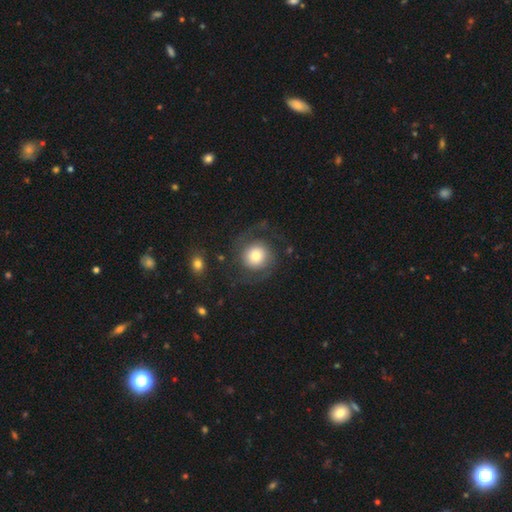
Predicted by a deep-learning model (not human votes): Overall: featured or disk (47%; smooth 46%). Merging: none (68%).